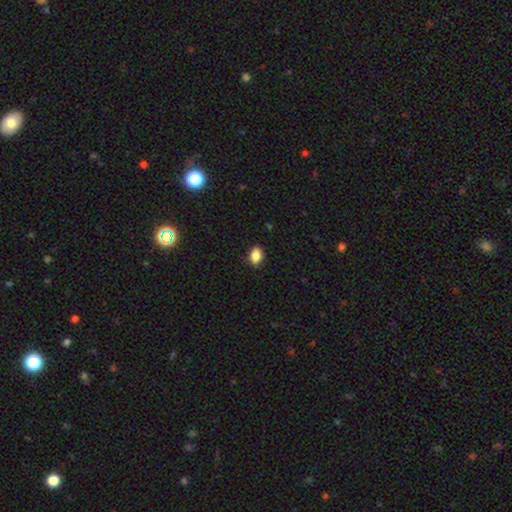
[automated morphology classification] smooth_or_featured: smooth (p=0.87) [alt: star or artifact p=0.09]
how_rounded: in between (p=0.85) [alt: round p=0.13]
merging: none (p=0.88) [alt: minor disturbance p=0.09]